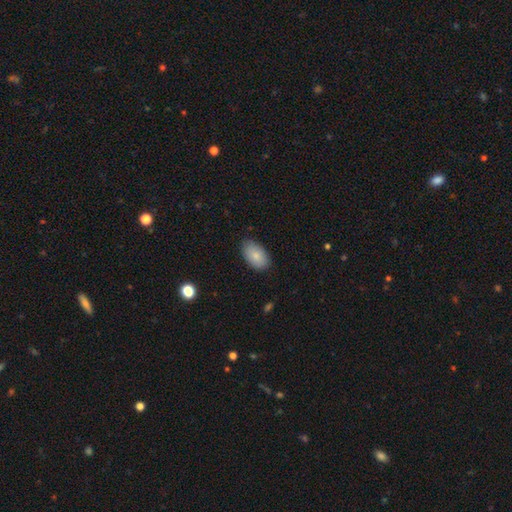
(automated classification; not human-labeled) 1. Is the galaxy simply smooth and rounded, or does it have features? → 84% smooth, 10% featured or disk, 7% star or artifact.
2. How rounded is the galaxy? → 93% in between, 6% round, 1% cigar-shaped.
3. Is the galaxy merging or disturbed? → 81% none, 15% minor disturbance, 3% major disturbance, 1% merger.